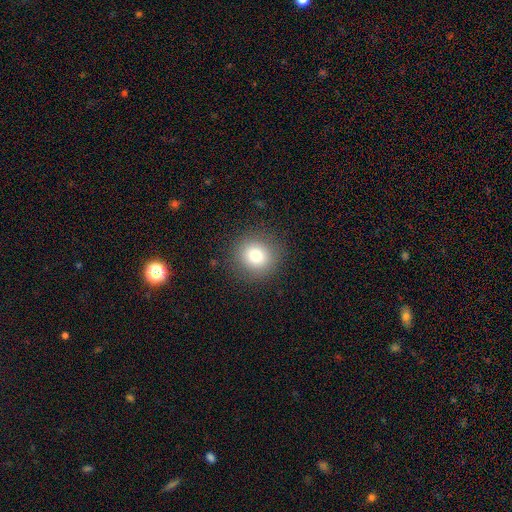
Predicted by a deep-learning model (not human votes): Smooth or featured?
  - smooth: 78% *
  - star or artifact: 12%
  - featured or disk: 10%
How rounded?
  - round: 91% *
  - in between: 8%
  - cigar-shaped: 1%
Merging?
  - none: 89% *
  - minor disturbance: 7%
  - major disturbance: 3%
  - merger: 1%